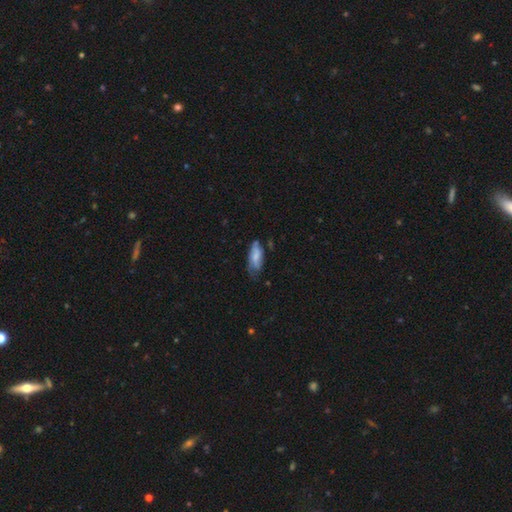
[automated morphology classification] Smooth or featured?
  - smooth: 61% *
  - featured or disk: 31%
  - star or artifact: 7%
How rounded?
  - in between: 78% *
  - cigar-shaped: 20%
  - round: 2%
Merging?
  - none: 43% *
  - minor disturbance: 37%
  - major disturbance: 16%
  - merger: 3%